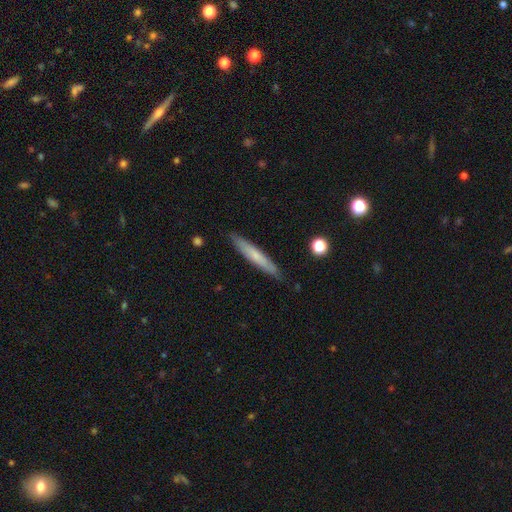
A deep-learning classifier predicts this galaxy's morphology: This is likely a smooth galaxy (60%). How rounded: clearly cigar-shaped (94%). Merging: clearly none (88%).